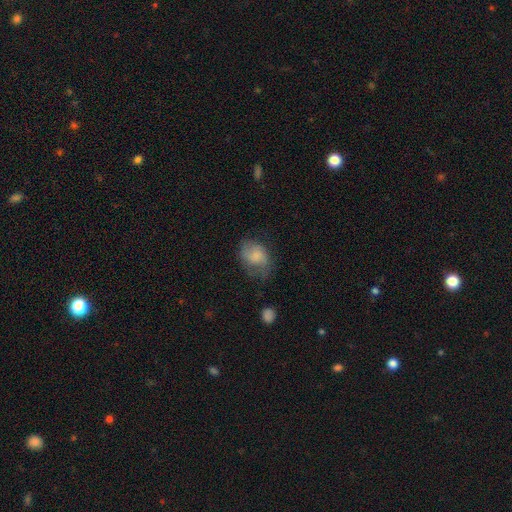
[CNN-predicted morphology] The model was most divided on "merging": none: 48%, minor disturbance: 30%, major disturbance: 20%, merger: 2%. More confident: how rounded — in between (69%); smooth or featured — smooth (63%).